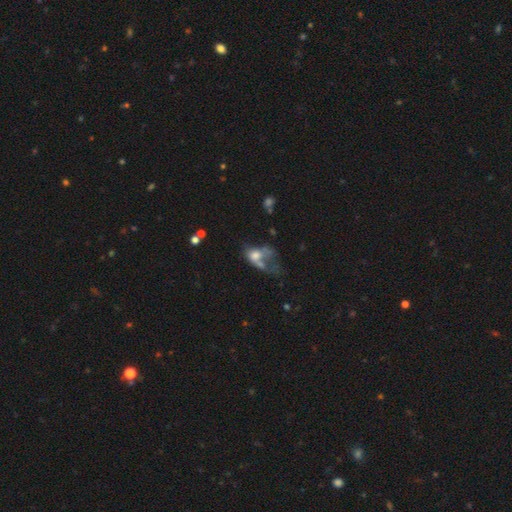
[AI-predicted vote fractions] A smooth galaxy with no disk features (51%) that is in between round and cigar-shaped (72%). Merging: major disturbance (48%).